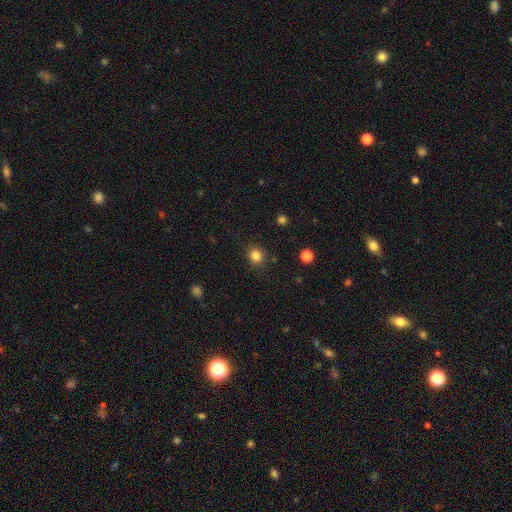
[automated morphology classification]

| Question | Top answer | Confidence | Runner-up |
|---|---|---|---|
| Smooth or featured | smooth | 84% | star or artifact (12%) |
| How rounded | round | 84% | in between (15%) |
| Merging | none | 86% | minor disturbance (9%) |